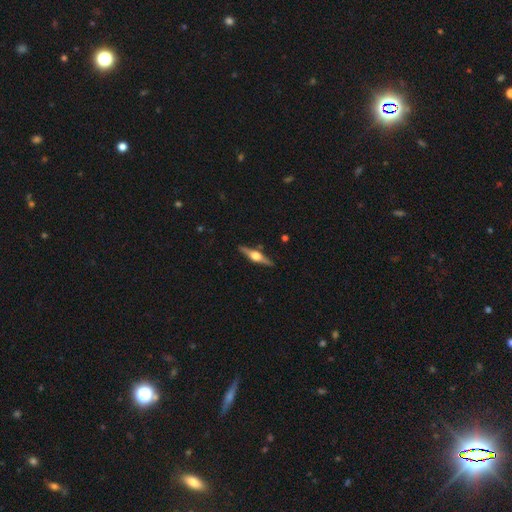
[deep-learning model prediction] smooth-or-featured: featured or disk: 78% | smooth: 17% | star or artifact: 5%
  disk-edge-on: yes: 98% | no: 2%
    edge-on-bulge: rounded: 94% | boxy: 4% | none: 1%
  merging: none: 90% | minor disturbance: 8% | major disturbance: 1% | merger: 1%